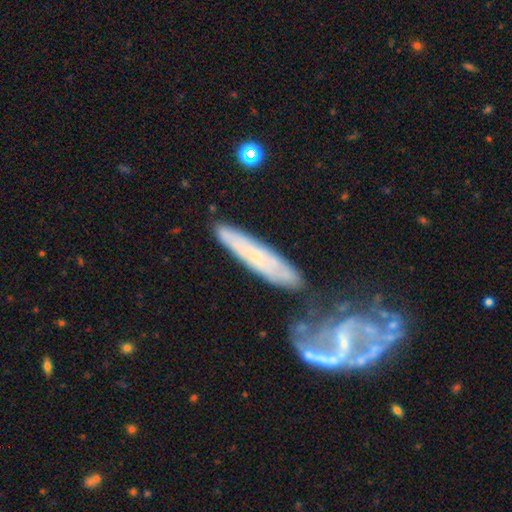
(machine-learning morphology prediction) Smooth or featured: featured or disk — 47% (smooth — 45%)
Merging: none — 63% (merger — 16%)